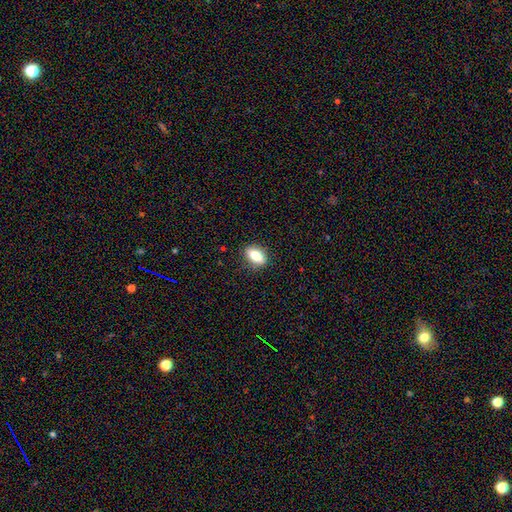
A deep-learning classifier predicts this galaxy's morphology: Smooth or featured? Predicted: smooth (p=0.79). How rounded? Predicted: in between (p=0.84). Merging? Predicted: none (p=0.87).